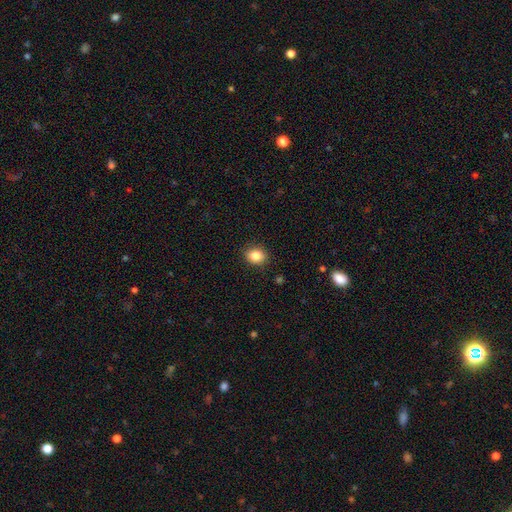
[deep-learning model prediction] Q: Smooth or featured?
A: smooth (85%); runner-up: star or artifact (10%)
Q: How rounded?
A: round (60%); runner-up: in between (39%)
Q: Merging?
A: none (89%); runner-up: minor disturbance (8%)